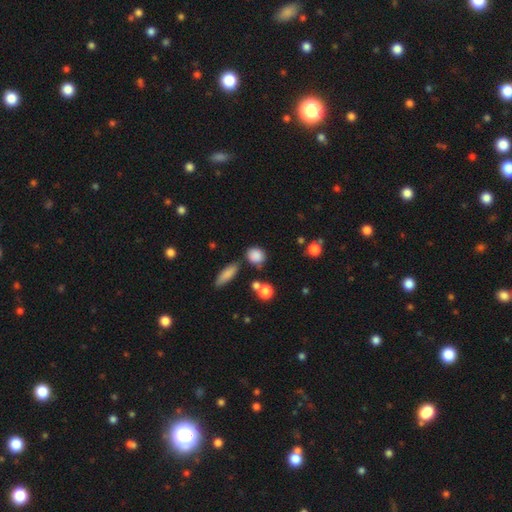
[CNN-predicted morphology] smooth_or_featured: smooth (p=0.84) [alt: star or artifact p=0.11]
how_rounded: round (p=0.70) [alt: in between p=0.27]
merging: none (p=0.69) [alt: minor disturbance p=0.17]